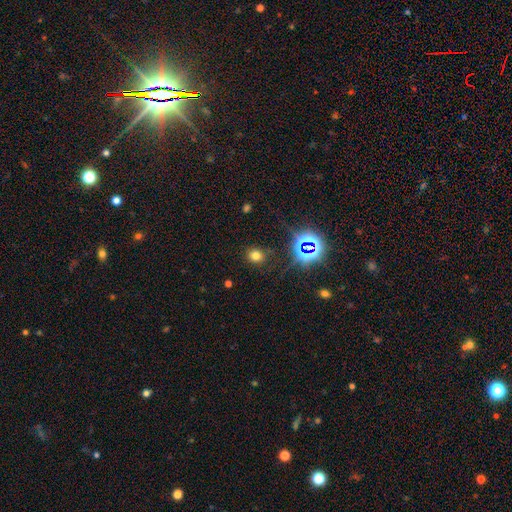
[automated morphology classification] smooth_or_featured: smooth (p=0.67) [alt: star or artifact p=0.26]
how_rounded: round (p=0.64) [alt: in between p=0.35]
merging: none (p=0.84) [alt: minor disturbance p=0.10]